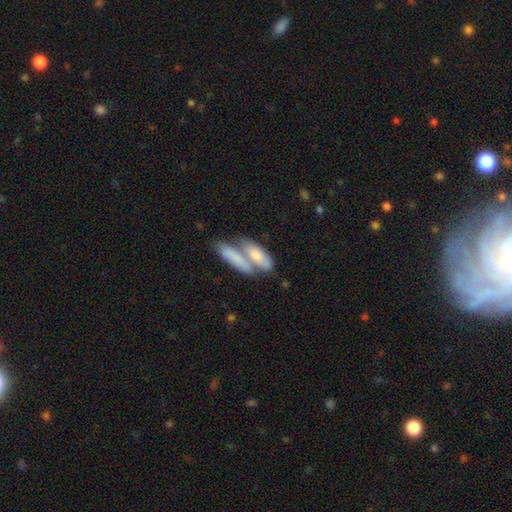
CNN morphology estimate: smooth 65%, featured or disk 29%, star or artifact 6%. Down the decision tree: how rounded — in between (56%); merging — merger (56%).